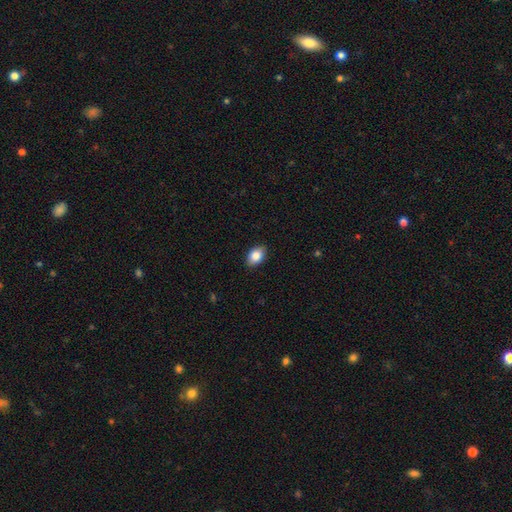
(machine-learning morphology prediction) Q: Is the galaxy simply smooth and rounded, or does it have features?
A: smooth — 85%.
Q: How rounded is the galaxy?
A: in between — 86%.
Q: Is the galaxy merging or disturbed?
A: none — 89%.